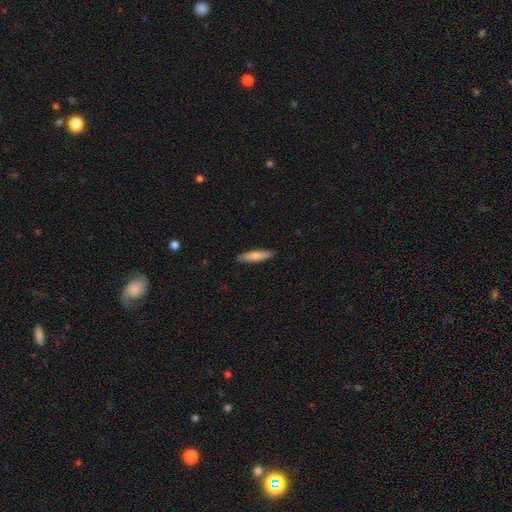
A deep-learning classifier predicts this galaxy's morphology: Smooth or featured? smooth (76%)
How rounded? cigar-shaped (74%)
Merging? none (87%)